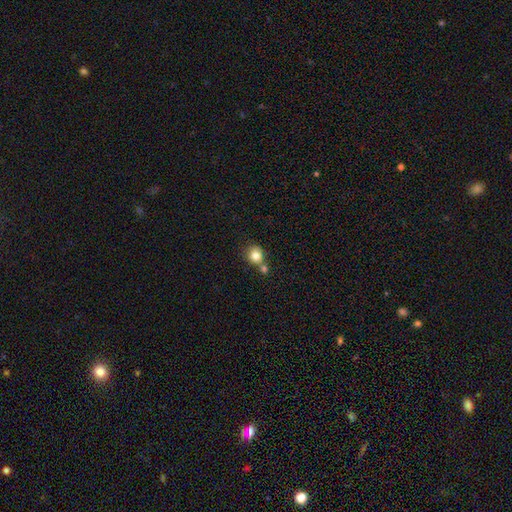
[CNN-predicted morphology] smooth 82%, star or artifact 10%, featured or disk 8%. Down the decision tree: how rounded — round (82%); merging — none (51%).